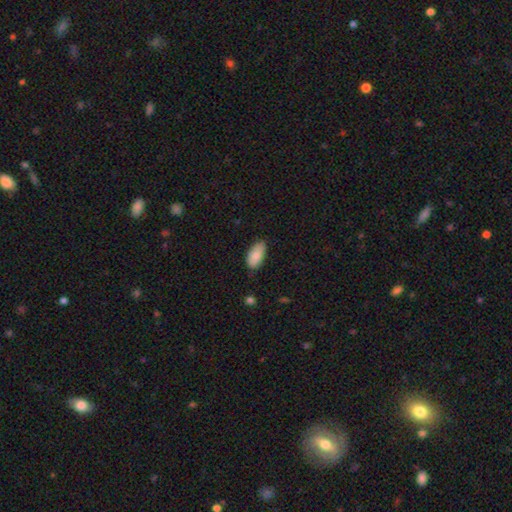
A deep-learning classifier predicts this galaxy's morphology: Smooth or featured?
  - smooth: 84% *
  - featured or disk: 10%
  - star or artifact: 6%
How rounded?
  - in between: 94% *
  - cigar-shaped: 4%
  - round: 2%
Merging?
  - none: 74% *
  - minor disturbance: 22%
  - major disturbance: 3%
  - merger: 1%